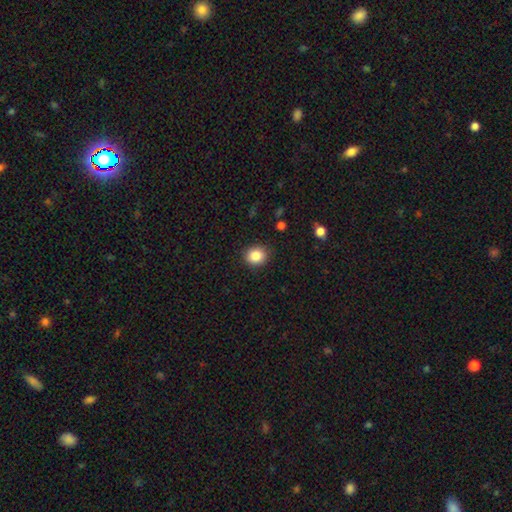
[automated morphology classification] smooth-or-featured: smooth: 86% | star or artifact: 10% | featured or disk: 4%
  how-rounded: round: 77% | in between: 22% | cigar-shaped: 1%
  merging: none: 89% | minor disturbance: 8% | major disturbance: 2% | merger: 1%